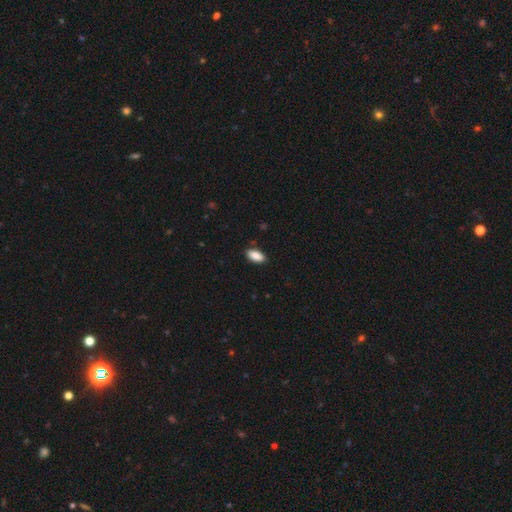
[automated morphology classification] Smooth or featured?
  - smooth: 87% *
  - star or artifact: 7%
  - featured or disk: 6%
How rounded?
  - in between: 90% *
  - cigar-shaped: 7%
  - round: 2%
Merging?
  - none: 88% *
  - minor disturbance: 9%
  - major disturbance: 2%
  - merger: 1%